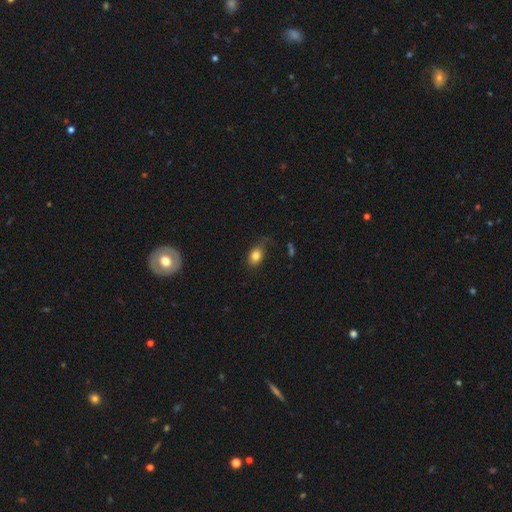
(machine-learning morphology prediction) Overall: smooth (81%). How rounded: in between (78%). Merging: none (64%; minor disturbance 25%).